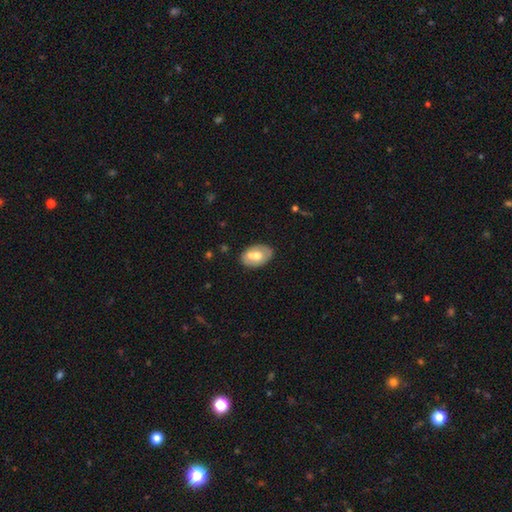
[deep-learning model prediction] A smooth galaxy with no disk features (55%) that is in between round and cigar-shaped (87%).

Vote fractions:
- Smooth or featured? smooth: 55% / featured or disk: 39% / star or artifact: 6%
- How rounded? in between: 87% / round: 12% / cigar-shaped: 1%
- Merging? none: 68% / minor disturbance: 18% / merger: 9% / major disturbance: 4%